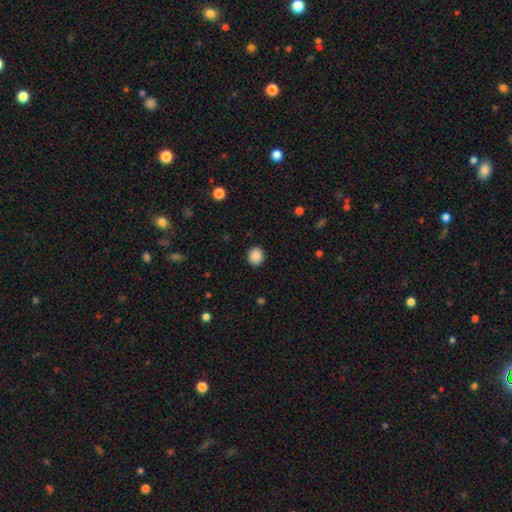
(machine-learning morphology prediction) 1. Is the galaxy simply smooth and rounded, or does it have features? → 88% smooth, 9% star or artifact, 3% featured or disk.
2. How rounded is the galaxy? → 82% round, 17% in between, 1% cigar-shaped.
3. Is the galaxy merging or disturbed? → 91% none, 6% minor disturbance, 2% major disturbance, 1% merger.